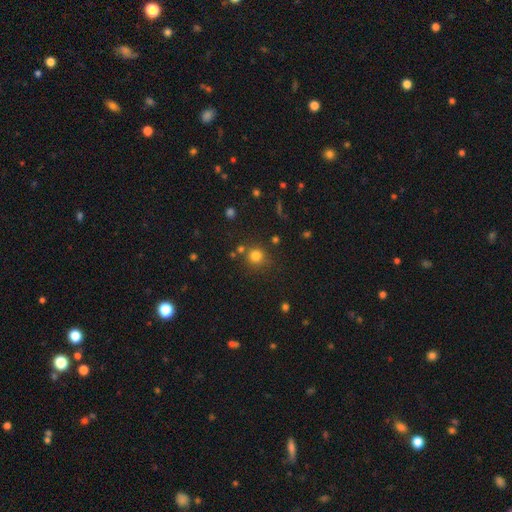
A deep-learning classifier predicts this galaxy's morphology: Smooth or featured?
  - smooth: 78% *
  - star or artifact: 15%
  - featured or disk: 6%
How rounded?
  - round: 92% *
  - in between: 7%
  - cigar-shaped: 1%
Merging?
  - none: 77% *
  - minor disturbance: 10%
  - merger: 9%
  - major disturbance: 4%